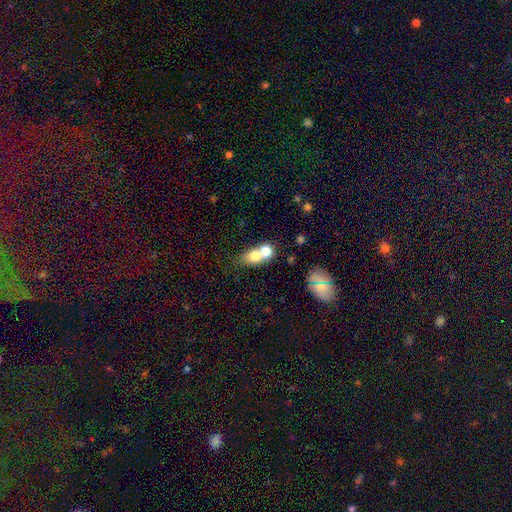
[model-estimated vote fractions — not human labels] Smooth or featured? smooth (71%)
How rounded? in between (52%)
Merging? merger (66%)